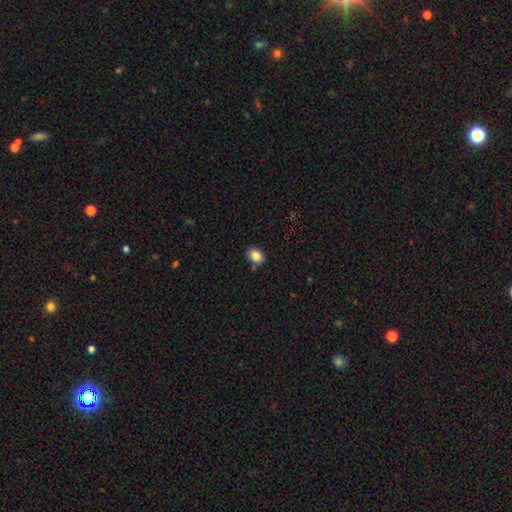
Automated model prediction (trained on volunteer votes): smooth 85%, star or artifact 9%, featured or disk 6%. Down the decision tree: how rounded — in between (72%); merging — none (82%).